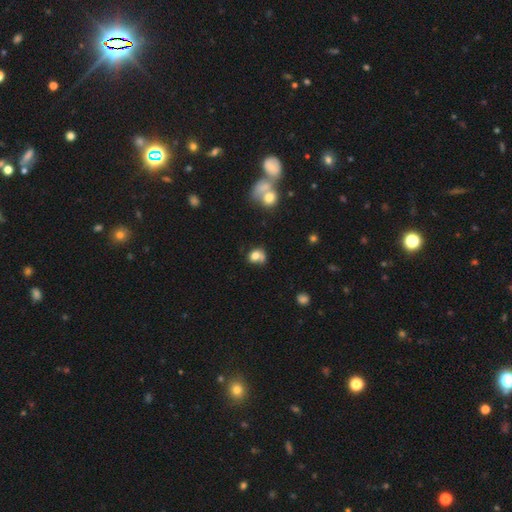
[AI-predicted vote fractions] A smooth galaxy with no disk features (74%) that is round (59%).

Vote fractions:
- Smooth or featured? smooth: 74% / featured or disk: 15% / star or artifact: 11%
- How rounded? round: 59% / in between: 40% / cigar-shaped: 1%
- Merging? none: 34% / merger: 27% / minor disturbance: 22% / major disturbance: 17%